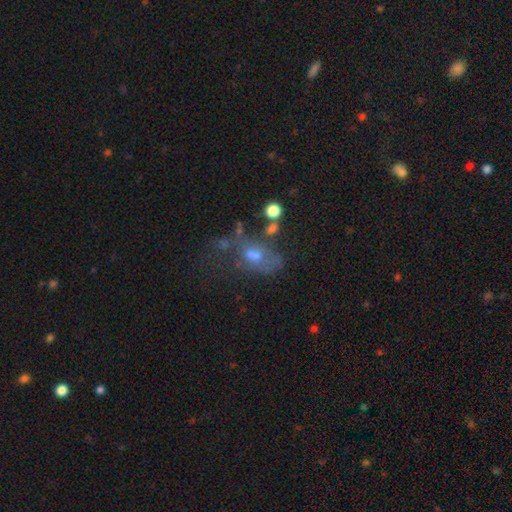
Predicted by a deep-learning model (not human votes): The model was most divided on "smooth or featured": smooth: 43%, featured or disk: 39%, star or artifact: 18%. Remaining: merging — major disturbance (34%).